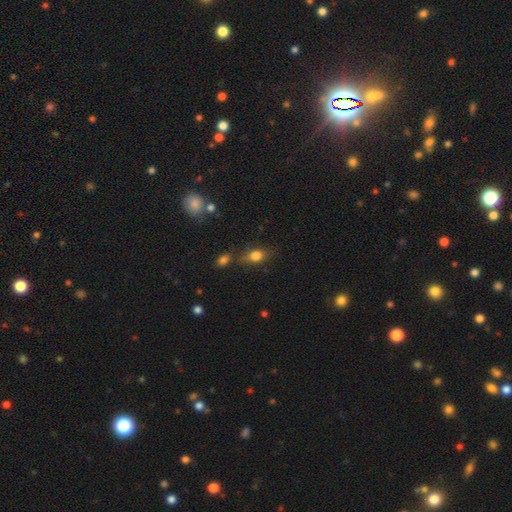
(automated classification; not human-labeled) smooth_or_featured: smooth (p=0.75) [alt: featured or disk p=0.14]
how_rounded: in between (p=0.71) [alt: round p=0.23]
merging: none (p=0.64) [alt: minor disturbance p=0.20]